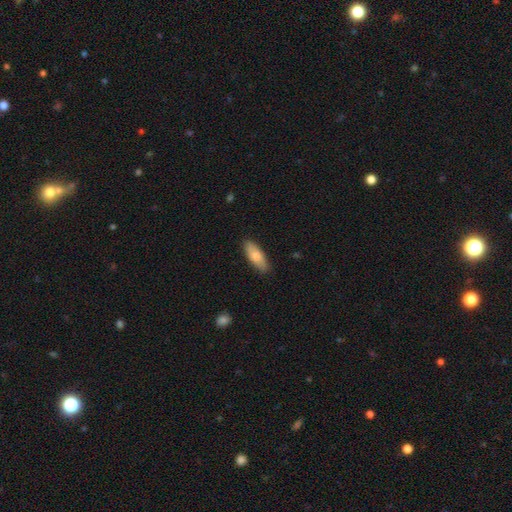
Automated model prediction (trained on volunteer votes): This appears to be a smooth galaxy with no disk features (78%) that is in between round and cigar-shaped (68%). Merging: none (87%).